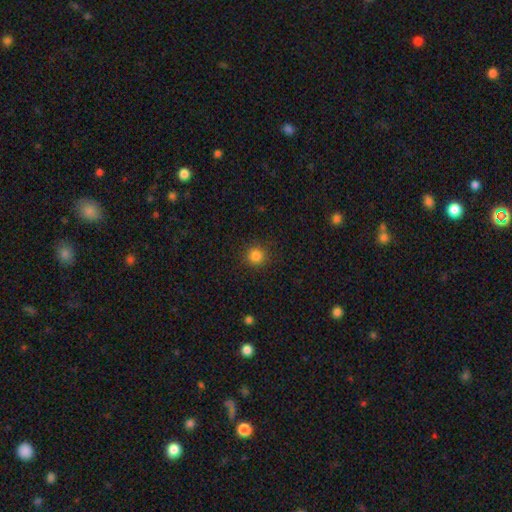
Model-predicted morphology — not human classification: Overall: smooth (83%). How rounded: round (93%). Merging: none (90%).